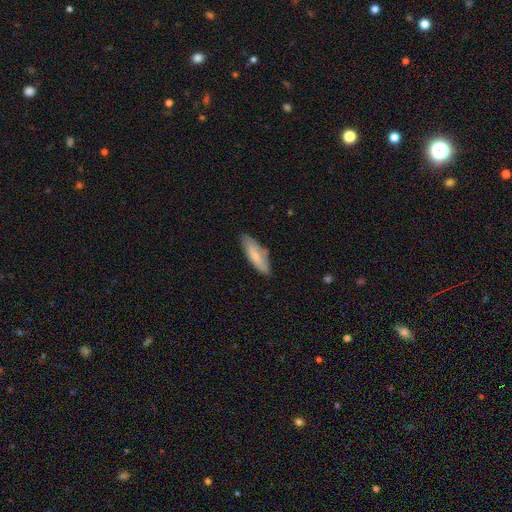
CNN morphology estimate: A smooth galaxy with no disk features (73%) that is in between round and cigar-shaped (54%).

Vote fractions:
- Smooth or featured? smooth: 73% / featured or disk: 22% / star or artifact: 6%
- How rounded? in between: 54% / cigar-shaped: 44% / round: 2%
- Merging? none: 72% / minor disturbance: 22% / major disturbance: 4% / merger: 3%